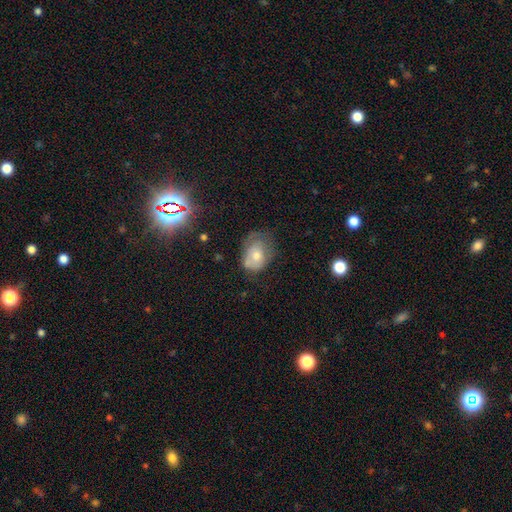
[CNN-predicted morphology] This appears to be a smooth galaxy with no disk features (63%) that is in between round and cigar-shaped (69%). Merging: none (36%).